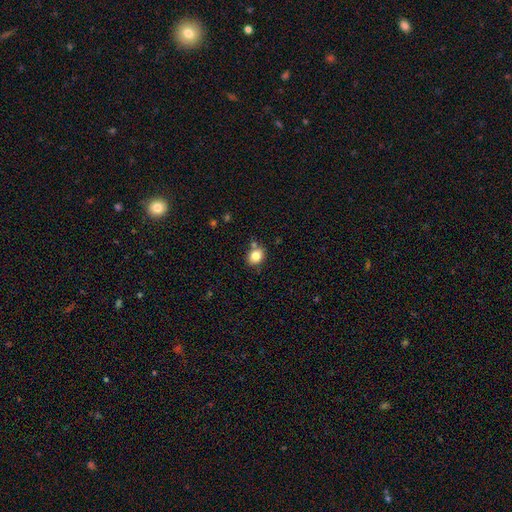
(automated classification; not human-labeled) Smooth or featured? smooth (82%)
How rounded? round (56%)
Merging? none (72%)